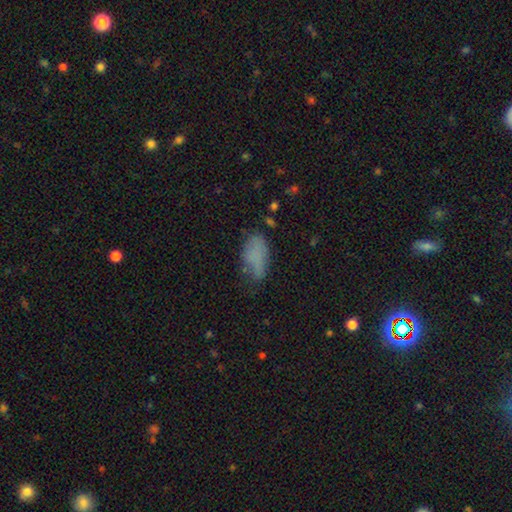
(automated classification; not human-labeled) This appears to be a smooth galaxy with no disk features (74%) that is in between round and cigar-shaped (89%). Merging: none (46%).